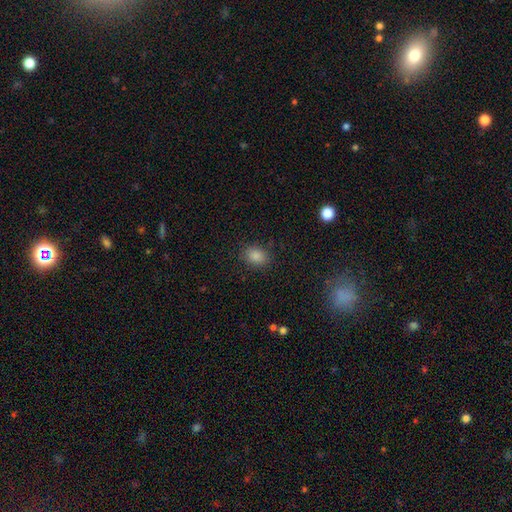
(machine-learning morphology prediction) The model was most divided on "how rounded": in between: 59%, round: 39%, cigar-shaped: 1%. More confident: merging — none (87%); smooth or featured — smooth (83%).